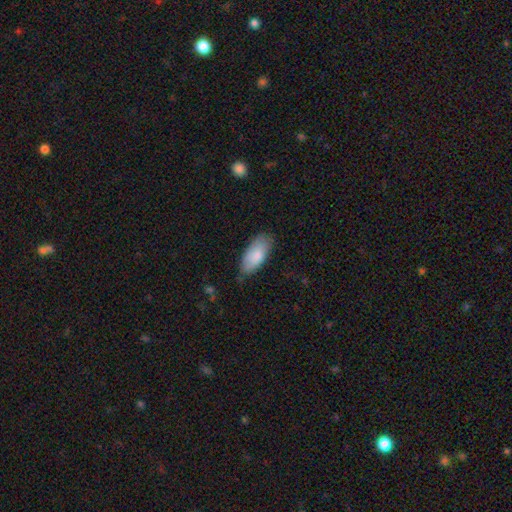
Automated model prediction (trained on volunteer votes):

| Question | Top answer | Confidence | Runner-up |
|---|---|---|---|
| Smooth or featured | smooth | 83% | featured or disk (11%) |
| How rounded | in between | 88% | cigar-shaped (10%) |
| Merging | none | 72% | minor disturbance (23%) |